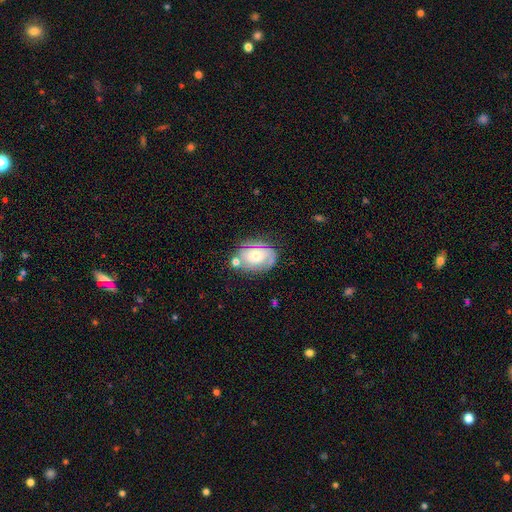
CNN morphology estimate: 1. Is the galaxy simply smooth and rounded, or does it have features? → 56% featured or disk, 35% smooth, 10% star or artifact.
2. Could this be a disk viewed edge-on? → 95% no, 5% yes.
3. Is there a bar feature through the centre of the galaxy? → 79% no, 17% weak, 4% strong.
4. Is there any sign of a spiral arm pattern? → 73% yes, 27% no.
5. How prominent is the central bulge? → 59% moderate, 28% small, 9% large, 2% none, 2% dominant.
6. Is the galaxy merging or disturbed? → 61% none, 21% minor disturbance, 10% merger, 8% major disturbance.